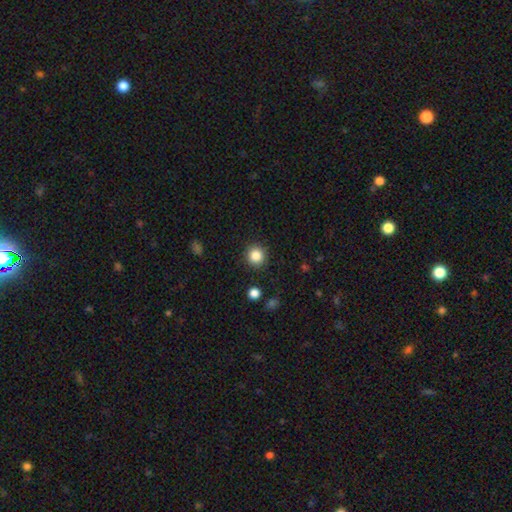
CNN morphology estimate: Smooth or featured? Predicted: smooth (p=0.85). How rounded? Predicted: round (p=0.93). Merging? Predicted: none (p=0.91).